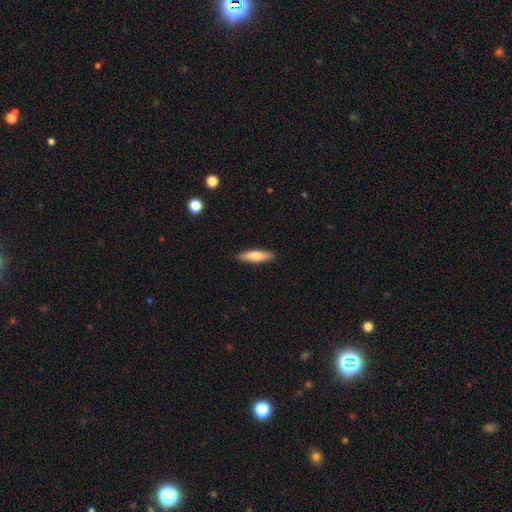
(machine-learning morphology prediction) This appears to be a smooth galaxy with no disk features (74%) that is cigar-shaped (67%). Merging: none (89%).